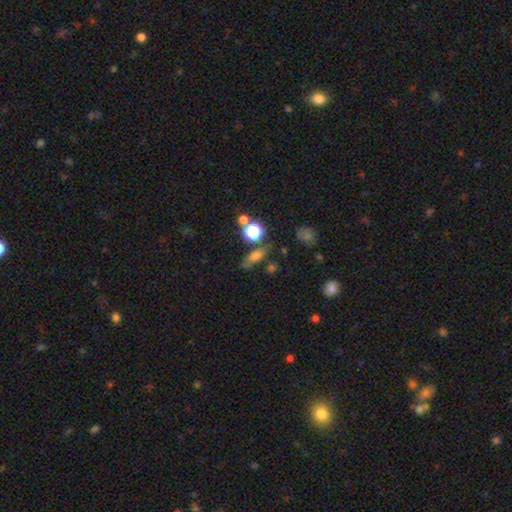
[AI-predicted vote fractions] smooth-or-featured: smooth: 63% | star or artifact: 22% | featured or disk: 16%
  how-rounded: in between: 53% | round: 25% | cigar-shaped: 22%
  merging: none: 64% | minor disturbance: 18% | merger: 9% | major disturbance: 8%